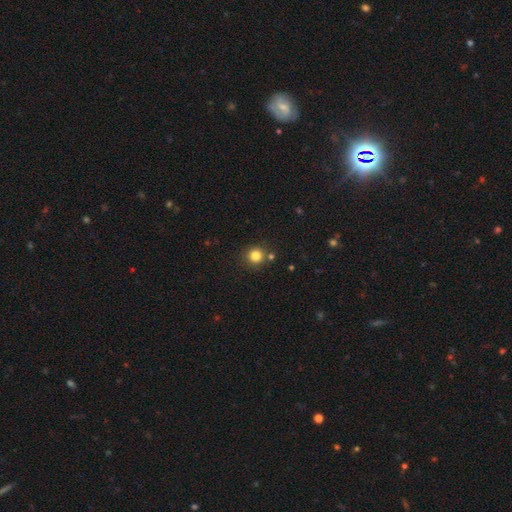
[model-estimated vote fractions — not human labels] smooth 83%, star or artifact 12%, featured or disk 5%. Down the decision tree: how rounded — round (92%); merging — none (83%).